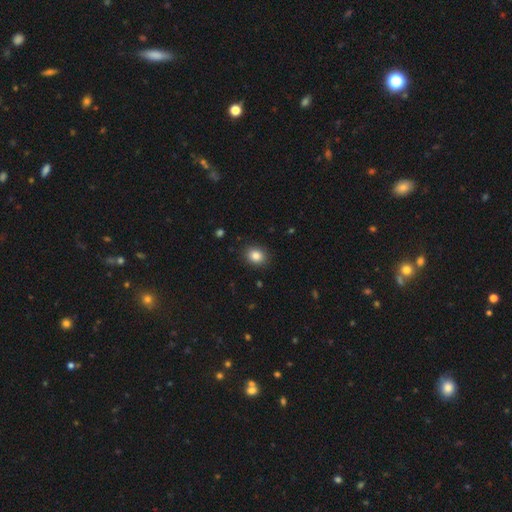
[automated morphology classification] Smooth or featured? smooth (85%)
How rounded? round (60%)
Merging? none (89%)